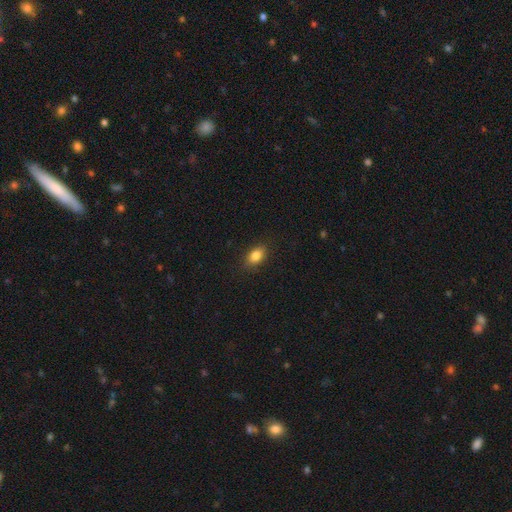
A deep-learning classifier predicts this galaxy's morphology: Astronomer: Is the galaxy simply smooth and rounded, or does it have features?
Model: smooth — 85%.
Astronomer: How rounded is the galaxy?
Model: in between — 84%.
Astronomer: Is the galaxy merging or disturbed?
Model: none — 87%.